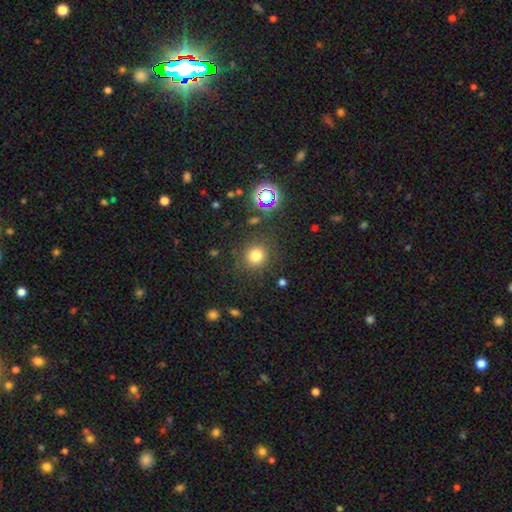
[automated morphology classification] The model was most divided on "smooth or featured": smooth: 76%, star or artifact: 17%, featured or disk: 6%. More confident: how rounded — round (89%); merging — none (84%).